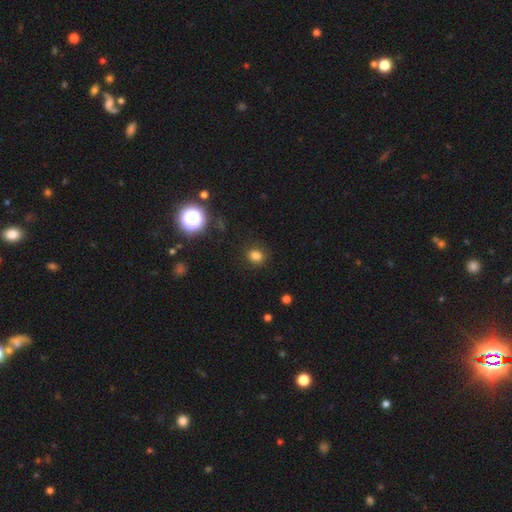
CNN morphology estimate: A smooth galaxy with no disk features (79%) that is round (75%). Merging: none (87%).